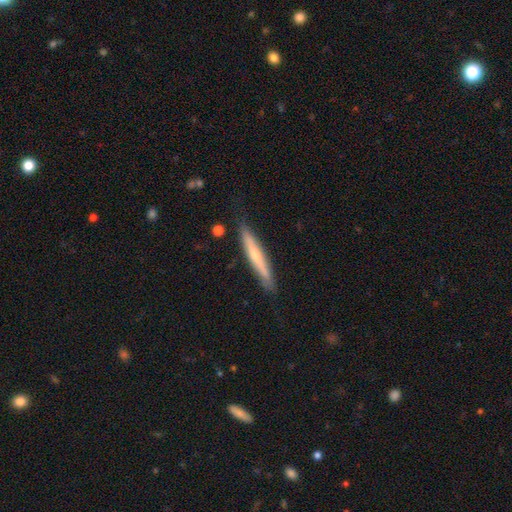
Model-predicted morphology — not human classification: A smooth galaxy with no disk features (50%) that is cigar-shaped (95%).

Vote fractions:
- Smooth or featured? smooth: 50% / featured or disk: 44% / star or artifact: 6%
- How rounded? cigar-shaped: 95% / in between: 4% / round: 1%
- Merging? none: 85% / minor disturbance: 11% / major disturbance: 2% / merger: 2%